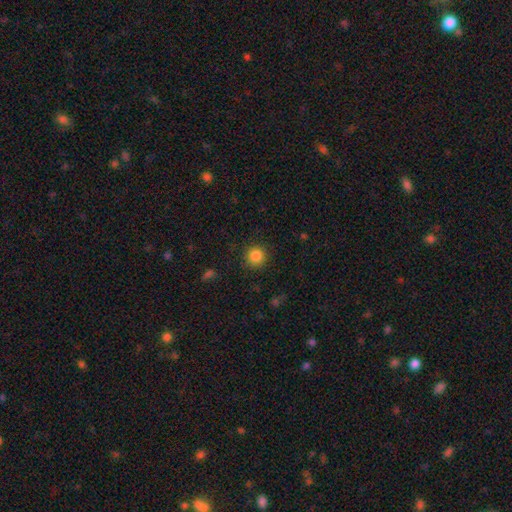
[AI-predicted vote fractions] smooth 85%, star or artifact 11%, featured or disk 4%. Down the decision tree: how rounded — round (94%); merging — none (89%).